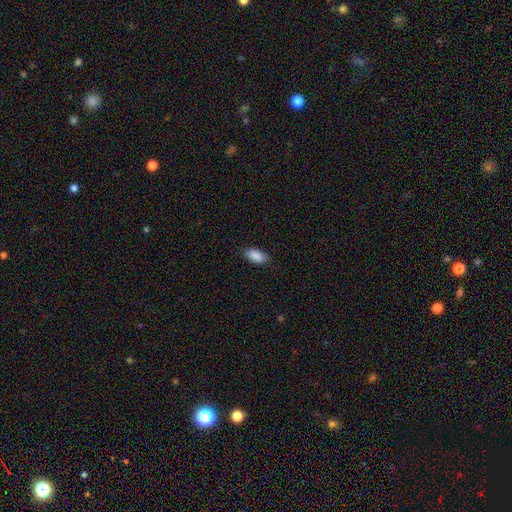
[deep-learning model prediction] smooth_or_featured: smooth (p=0.90) [alt: star or artifact p=0.06]
how_rounded: in between (p=0.93) [alt: cigar-shaped p=0.05]
merging: none (p=0.87) [alt: minor disturbance p=0.10]